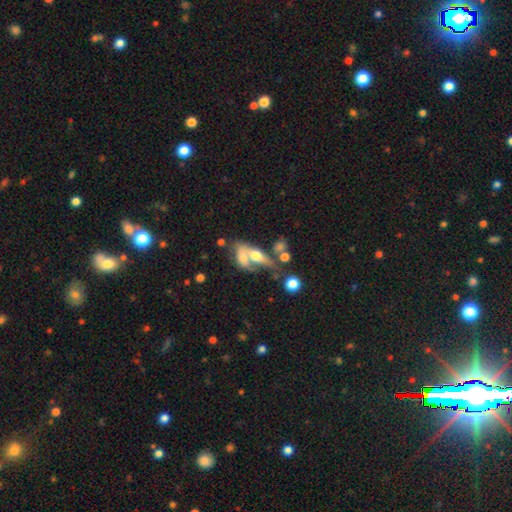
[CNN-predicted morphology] A smooth galaxy with no disk features (52%) that is in between round and cigar-shaped (70%).

Vote fractions:
- Smooth or featured? smooth: 52% / featured or disk: 38% / star or artifact: 10%
- How rounded? in between: 70% / cigar-shaped: 21% / round: 10%
- Merging? merger: 64% / none: 19% / major disturbance: 9% / minor disturbance: 8%